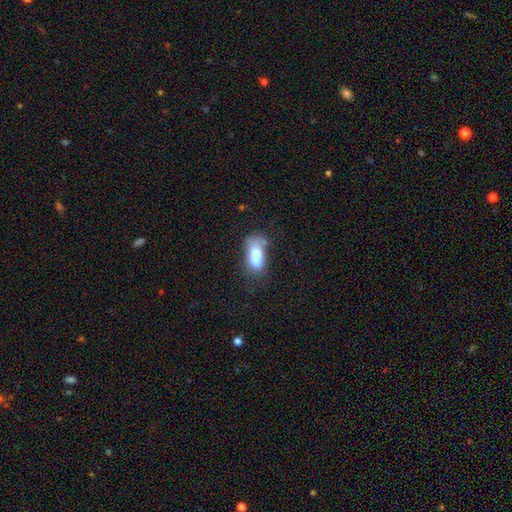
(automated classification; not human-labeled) Smooth or featured: smooth — 67% (featured or disk — 23%)
How rounded: in between — 83% (cigar-shaped — 13%)
Merging: none — 33% (minor disturbance — 26%)